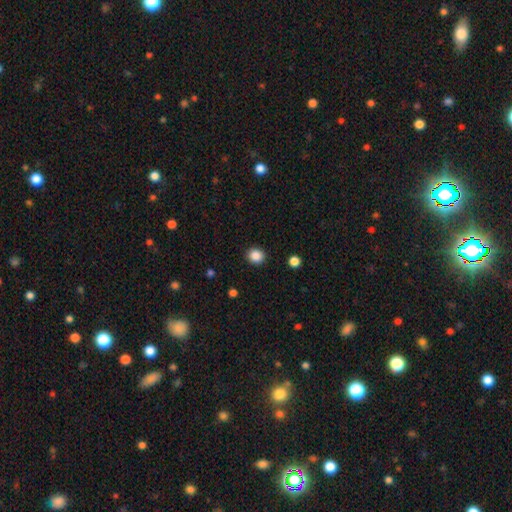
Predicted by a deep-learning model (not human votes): Overall: smooth (87%). How rounded: round (83%). Merging: none (91%).